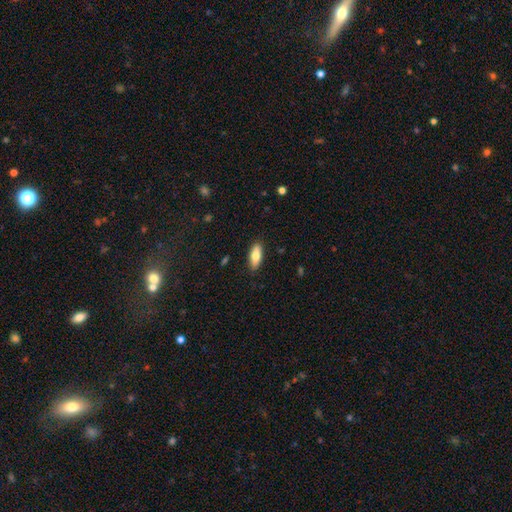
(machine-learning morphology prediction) smooth-or-featured: smooth: 75% | featured or disk: 19% | star or artifact: 6%
  how-rounded: in between: 72% | cigar-shaped: 26% | round: 2%
  merging: none: 88% | minor disturbance: 9% | major disturbance: 2% | merger: 1%